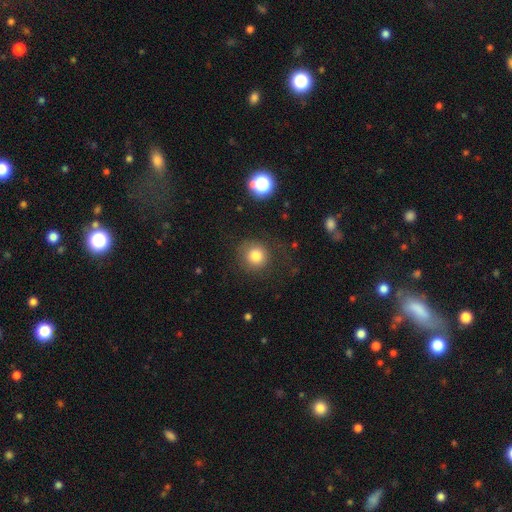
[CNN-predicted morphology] type=smooth (80%); roundness=round (90%); merging=none (75%).